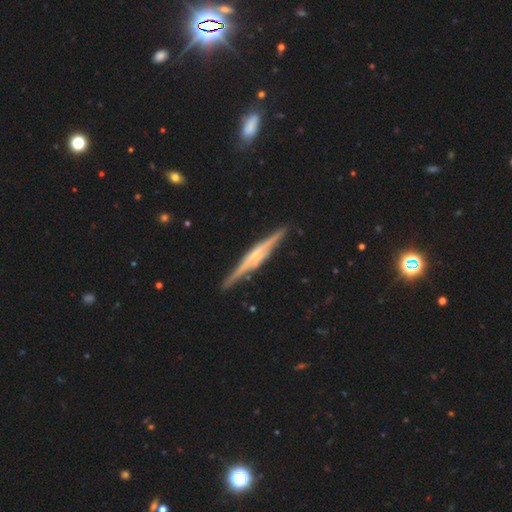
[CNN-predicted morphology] type=featured or disk (84%); edge-on=yes (98%); edge-on bulge=rounded (60%); merging=none (89%).